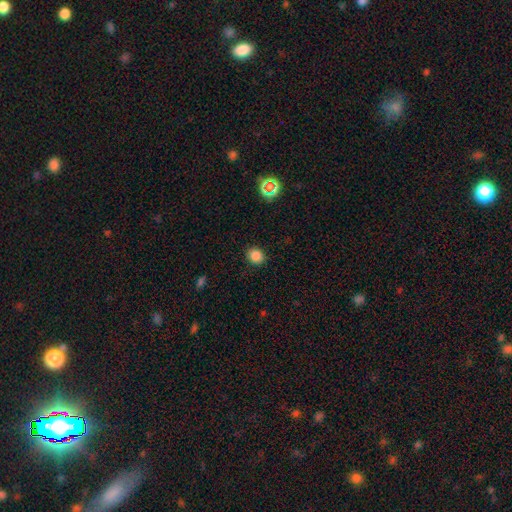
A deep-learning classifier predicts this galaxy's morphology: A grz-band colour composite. It shows a smooth galaxy with no disk features (84%) that is round (76%). Merging: none (89%).